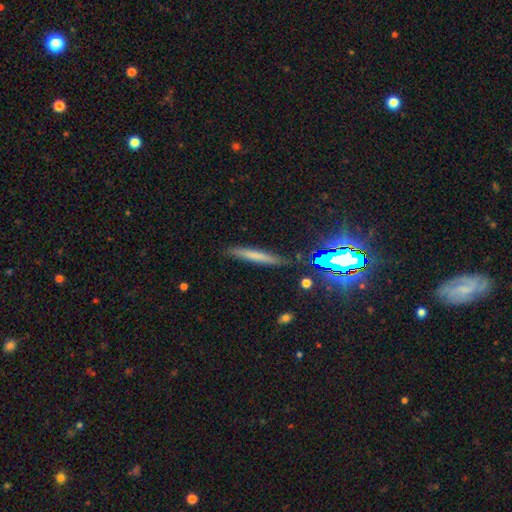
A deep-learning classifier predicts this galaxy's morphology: Overall: smooth (58%; featured or disk 26%). How rounded: cigar-shaped (93%). Merging: none (84%).